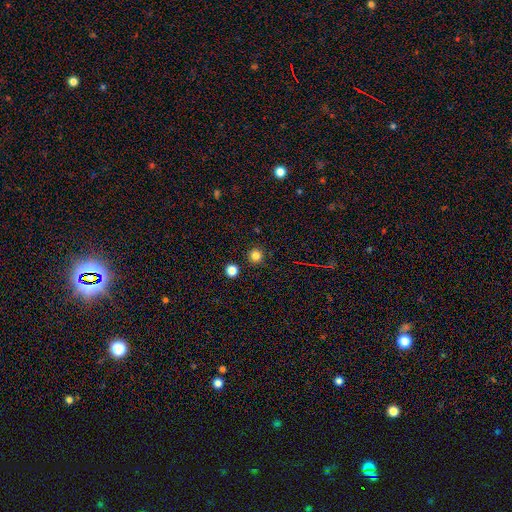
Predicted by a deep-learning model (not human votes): Smooth or featured? Predicted: smooth (p=0.81). How rounded? Predicted: round (p=0.95). Merging? Predicted: none (p=0.90).